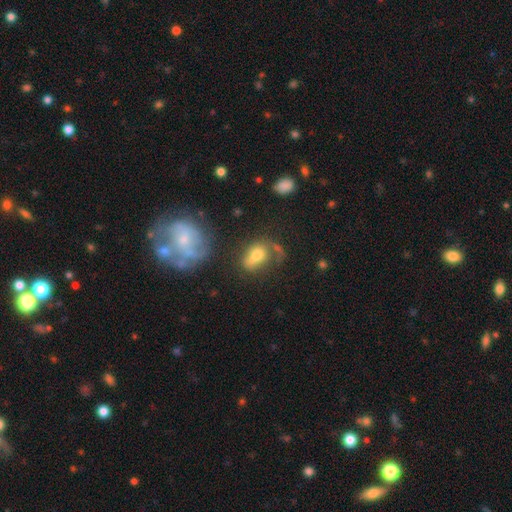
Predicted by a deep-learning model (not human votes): smooth_or_featured: smooth (p=0.54) [alt: featured or disk p=0.34]
how_rounded: in between (p=0.71) [alt: round p=0.26]
merging: none (p=0.37) [alt: major disturbance p=0.26]